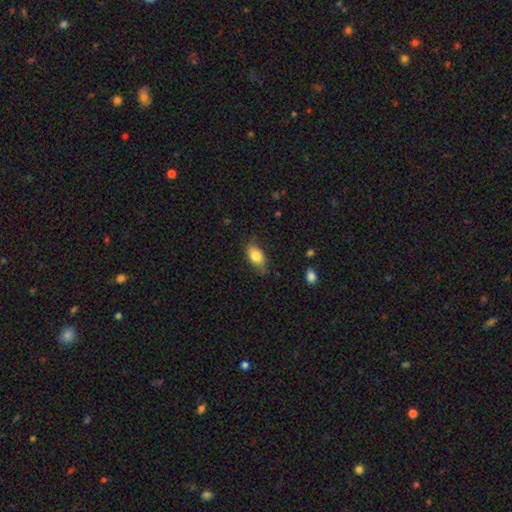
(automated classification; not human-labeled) Smooth or featured: smooth — 80% (featured or disk — 13%)
How rounded: in between — 89% (round — 7%)
Merging: none — 71% (minor disturbance — 23%)